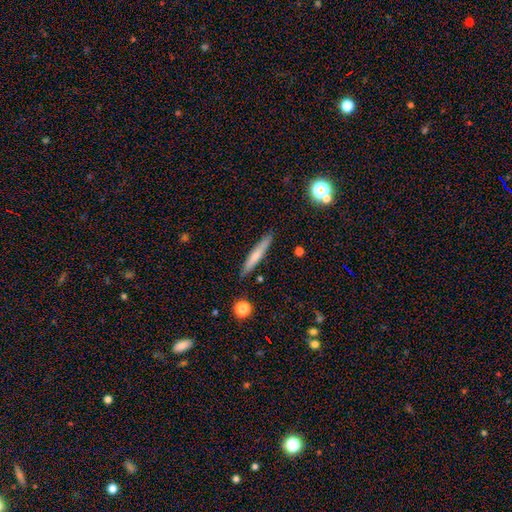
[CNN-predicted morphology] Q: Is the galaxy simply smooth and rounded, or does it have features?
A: smooth — 62%.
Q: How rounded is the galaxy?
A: cigar-shaped — 94%.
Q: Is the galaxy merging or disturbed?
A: none — 88%.